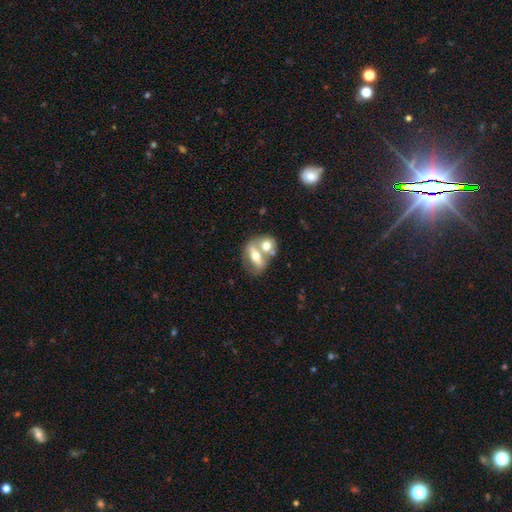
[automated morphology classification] This is possibly a featured or disk galaxy (46%, tied with smooth). Merging: possibly merger (54%).